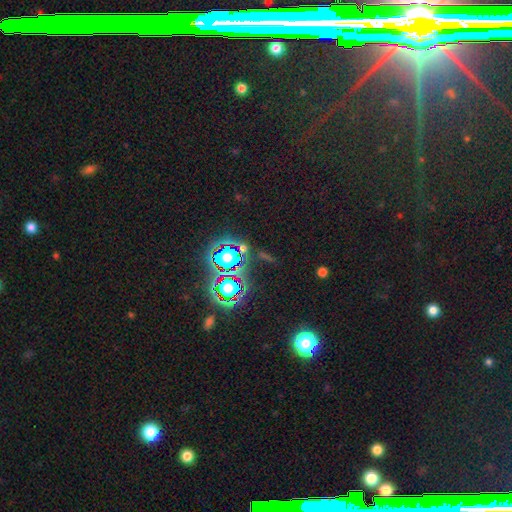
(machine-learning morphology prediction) A star or artifact, not a galaxy (83%).

Vote fractions:
- Smooth or featured? star or artifact: 83% / smooth: 9% / featured or disk: 8%